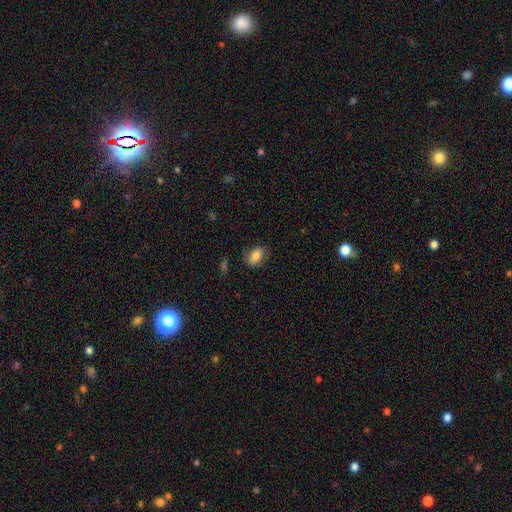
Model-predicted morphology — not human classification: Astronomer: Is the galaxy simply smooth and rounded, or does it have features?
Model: smooth — 81%.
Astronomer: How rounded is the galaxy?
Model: in between — 86%.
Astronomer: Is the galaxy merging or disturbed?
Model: none — 75%.